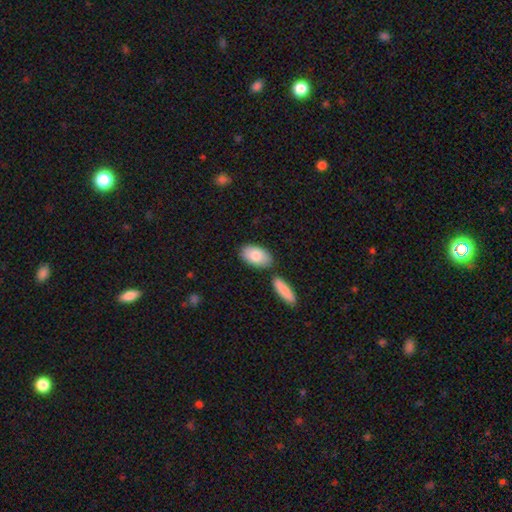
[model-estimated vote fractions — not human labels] Overall: smooth (81%). How rounded: in between (93%). Merging: none (73%).